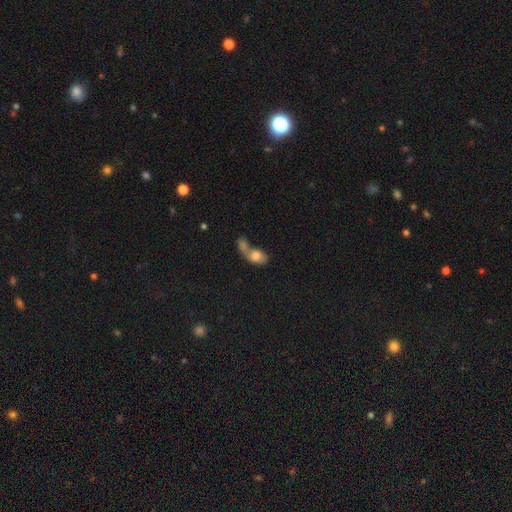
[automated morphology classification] Overall: smooth (71%). How rounded: in between (73%). Merging: merger (68%).